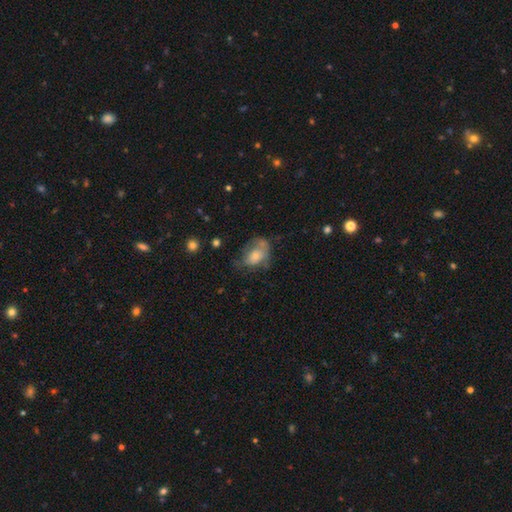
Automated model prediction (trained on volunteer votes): The model was most divided on "merging": none: 34%, major disturbance: 30%, minor disturbance: 29%, merger: 8%. More confident: how rounded — in between (76%); smooth or featured — smooth (57%).